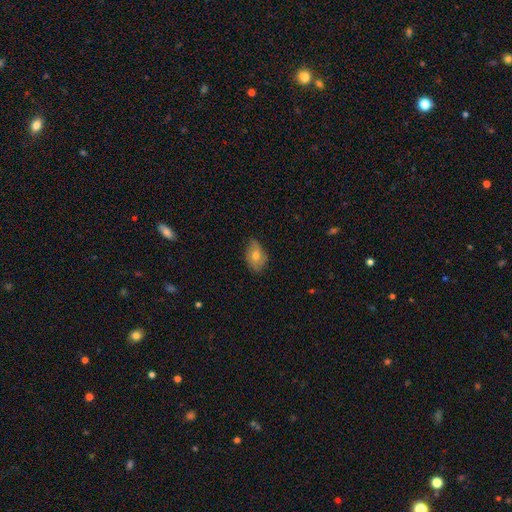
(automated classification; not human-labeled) Smooth or featured? smooth (68%)
How rounded? in between (84%)
Merging? none (74%)